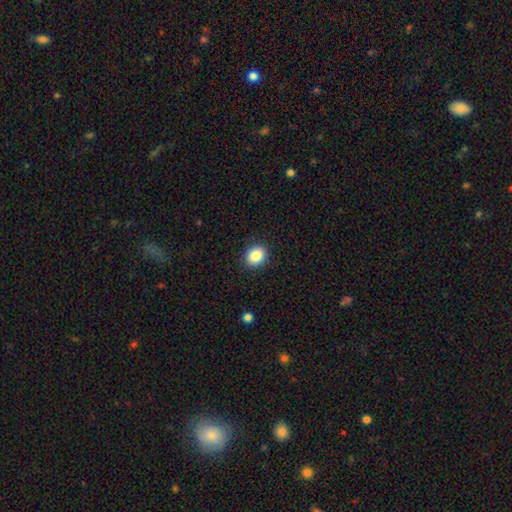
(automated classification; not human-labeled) A smooth galaxy with no disk features (86%) that is round (65%). Merging: none (90%).